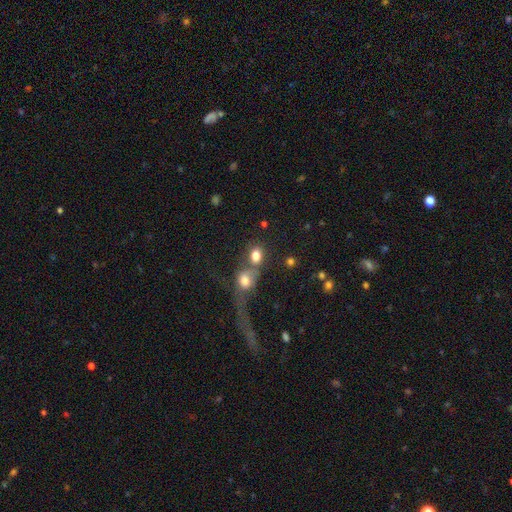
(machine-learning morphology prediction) smooth_or_featured: smooth (p=0.79) [alt: star or artifact p=0.11]
how_rounded: in between (p=0.53) [alt: round p=0.45]
merging: merger (p=0.50) [alt: none p=0.34]